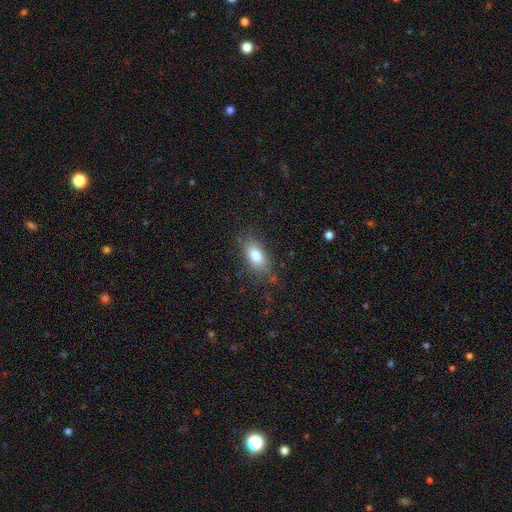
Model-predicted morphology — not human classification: Smooth or featured?
  - smooth: 79% *
  - featured or disk: 13%
  - star or artifact: 8%
How rounded?
  - in between: 87% *
  - round: 7%
  - cigar-shaped: 6%
Merging?
  - none: 77% *
  - minor disturbance: 17%
  - major disturbance: 5%
  - merger: 2%